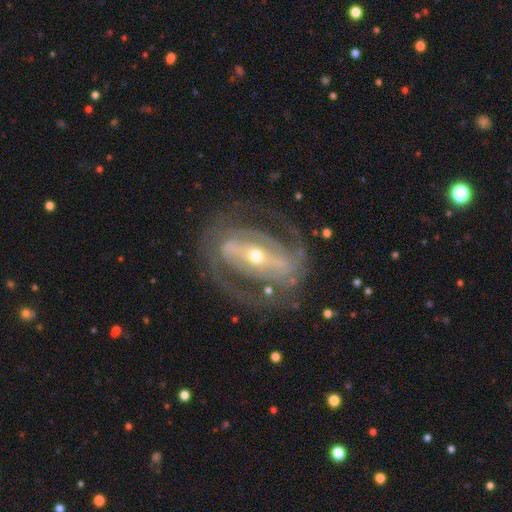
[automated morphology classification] Q: Smooth or featured?
A: featured or disk (89%); runner-up: smooth (6%)
Q: Edge-on disk?
A: no (94%); runner-up: yes (6%)
Q: Bar?
A: strong (68%); runner-up: weak (21%)
Q: Spiral arms?
A: yes (88%); runner-up: no (12%)
Q: Spiral winding?
A: medium (45%); runner-up: tight (40%)
Q: Spiral arm count?
A: 2 (76%); runner-up: can't tell (11%)
Q: Bulge size?
A: small (51%); runner-up: moderate (45%)
Q: Merging?
A: none (70%); runner-up: minor disturbance (14%)